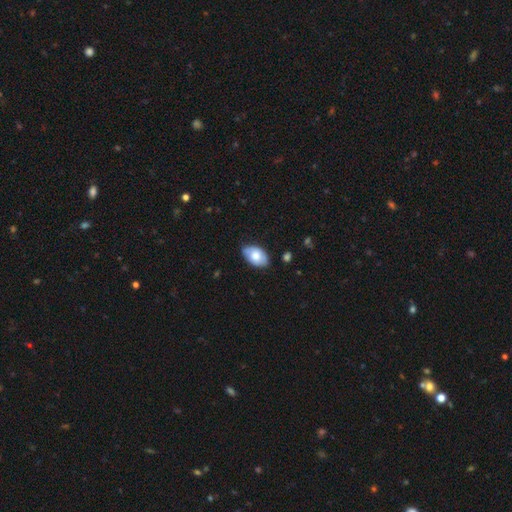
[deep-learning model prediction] Overall: smooth (71%). How rounded: in between (92%). Merging: none (74%).